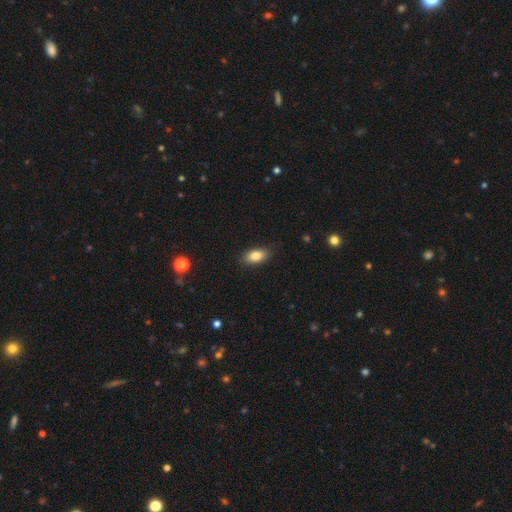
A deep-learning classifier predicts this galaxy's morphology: smooth-or-featured: smooth: 84% | featured or disk: 9% | star or artifact: 8%
  how-rounded: in between: 89% | round: 5% | cigar-shaped: 5%
  merging: none: 87% | minor disturbance: 10% | major disturbance: 2% | merger: 1%